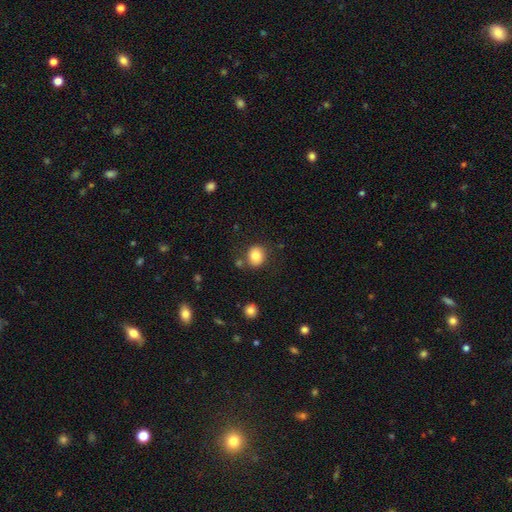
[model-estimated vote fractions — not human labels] Smooth or featured? Predicted: smooth (p=0.83). How rounded? Predicted: round (p=0.72). Merging? Predicted: none (p=0.81).